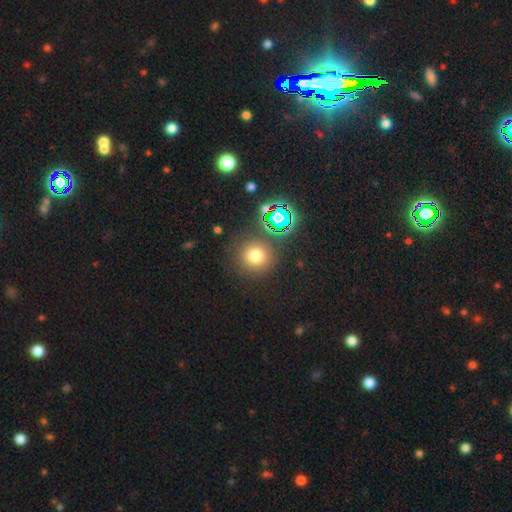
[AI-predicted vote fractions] Smooth or featured: smooth — 71% (star or artifact — 22%)
How rounded: round — 92% (in between — 7%)
Merging: none — 83% (minor disturbance — 8%)